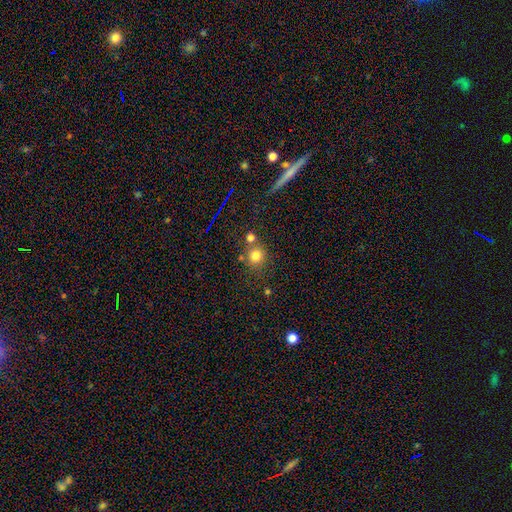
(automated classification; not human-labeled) This appears to be a smooth galaxy with no disk features (78%) that is round (86%). Merging: none (65%).